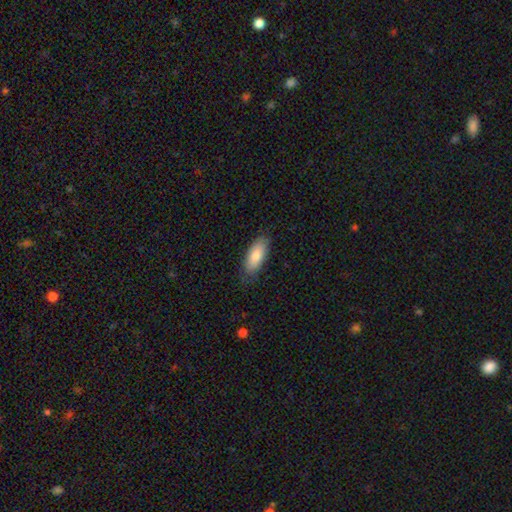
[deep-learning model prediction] Smooth or featured?
  - smooth: 82% *
  - featured or disk: 12%
  - star or artifact: 6%
How rounded?
  - in between: 82% *
  - cigar-shaped: 16%
  - round: 2%
Merging?
  - none: 81% *
  - minor disturbance: 15%
  - major disturbance: 3%
  - merger: 1%